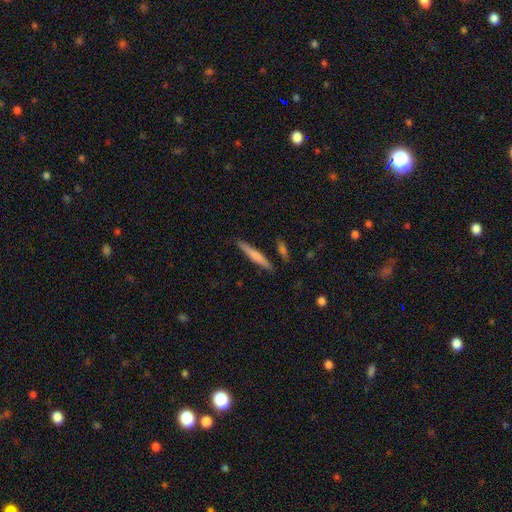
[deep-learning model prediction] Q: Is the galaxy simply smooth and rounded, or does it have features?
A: smooth — 65%.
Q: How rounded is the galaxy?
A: cigar-shaped — 94%.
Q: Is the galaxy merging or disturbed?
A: none — 86%.